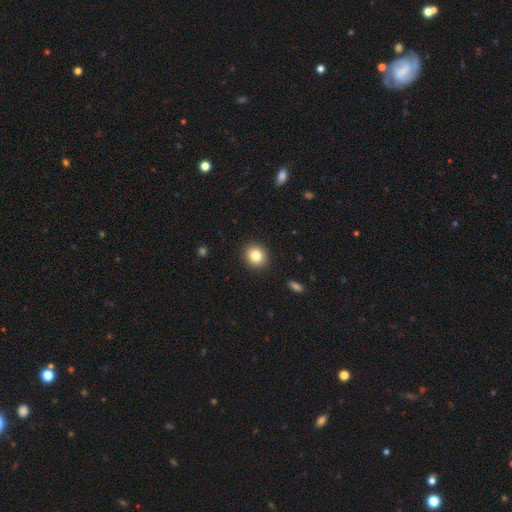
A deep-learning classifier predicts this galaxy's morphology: A smooth galaxy with no disk features (82%) that is round (79%). Merging: none (91%).